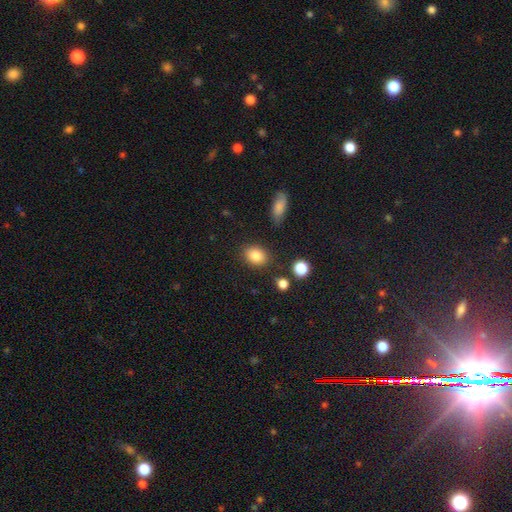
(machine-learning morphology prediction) Smooth or featured? smooth (85%)
How rounded? in between (62%)
Merging? none (82%)